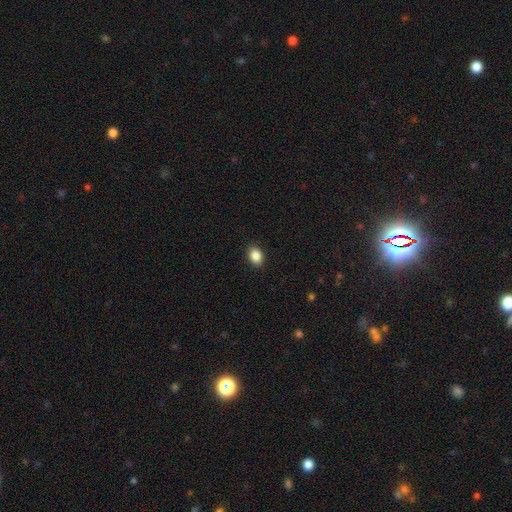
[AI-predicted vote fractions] smooth_or_featured: smooth (p=0.87) [alt: star or artifact p=0.09]
how_rounded: in between (p=0.71) [alt: round p=0.28]
merging: none (p=0.89) [alt: minor disturbance p=0.08]